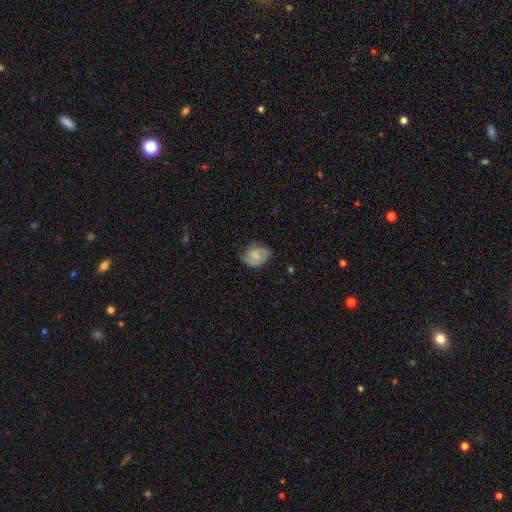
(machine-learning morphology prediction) Smooth or featured? featured or disk (47%)
Merging? none (61%)